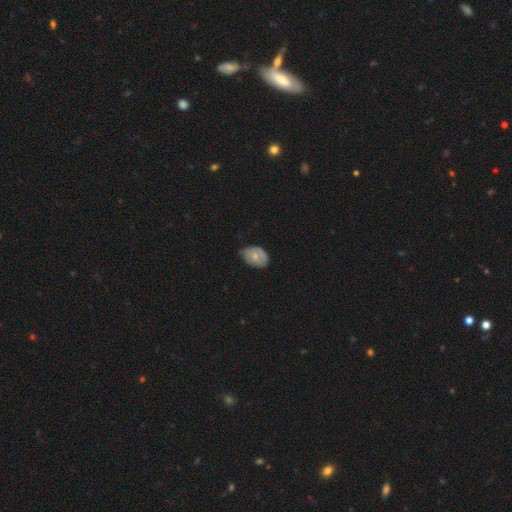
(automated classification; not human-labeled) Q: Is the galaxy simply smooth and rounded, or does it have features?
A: smooth — 61%.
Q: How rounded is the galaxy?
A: in between — 77%.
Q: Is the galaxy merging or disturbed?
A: none — 56%.